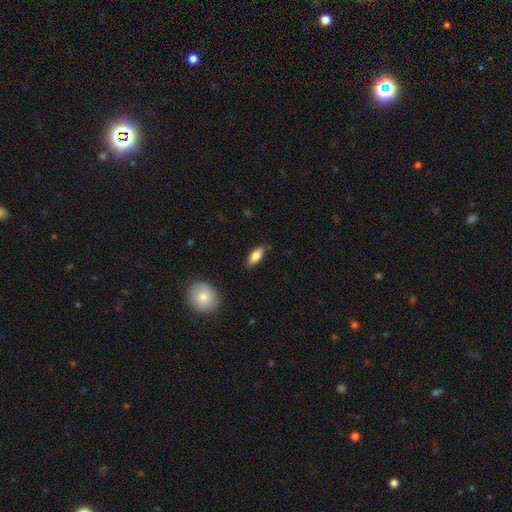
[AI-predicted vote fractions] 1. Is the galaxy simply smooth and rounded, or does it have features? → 75% smooth, 18% featured or disk, 7% star or artifact.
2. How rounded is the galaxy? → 78% in between, 20% cigar-shaped, 3% round.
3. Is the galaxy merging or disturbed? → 85% none, 11% minor disturbance, 2% major disturbance, 2% merger.